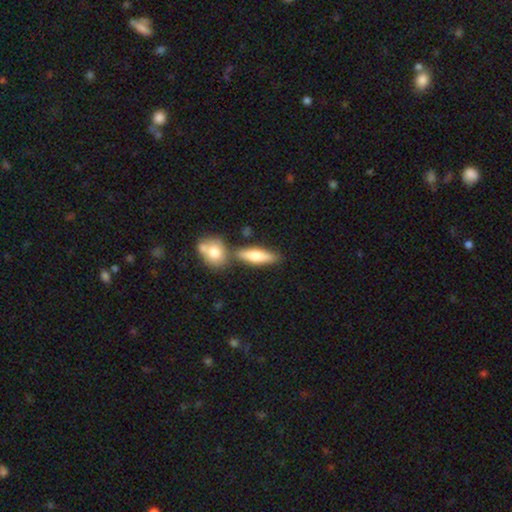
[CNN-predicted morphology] Overall: smooth (67%; featured or disk 27%). How rounded: cigar-shaped (50%; in between 46%). Merging: none (64%).